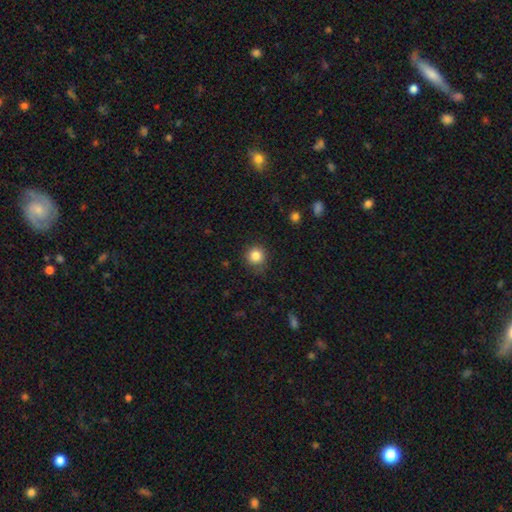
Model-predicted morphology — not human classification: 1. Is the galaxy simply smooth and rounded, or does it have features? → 84% smooth, 11% star or artifact, 5% featured or disk.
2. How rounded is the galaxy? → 93% round, 6% in between, 1% cigar-shaped.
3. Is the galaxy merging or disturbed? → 84% none, 12% minor disturbance, 3% major disturbance, 1% merger.